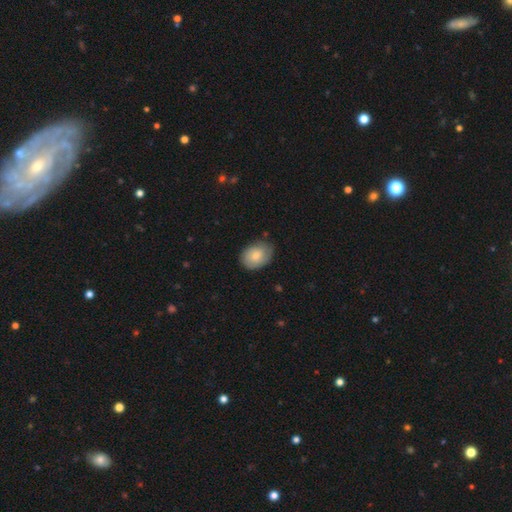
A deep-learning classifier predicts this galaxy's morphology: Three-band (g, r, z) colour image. It shows a smooth galaxy with no disk features (79%) that is in between round and cigar-shaped (74%). Merging: none (76%).